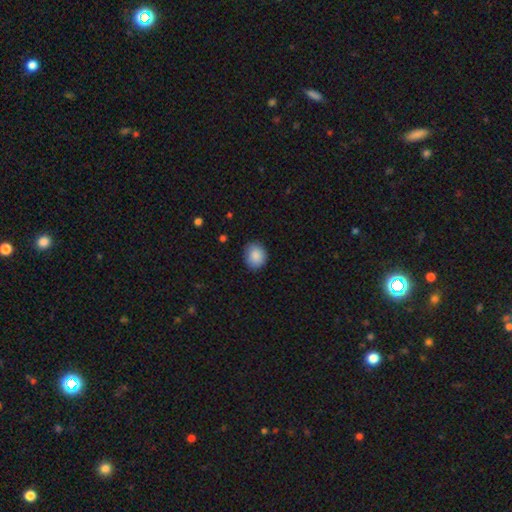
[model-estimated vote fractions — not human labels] Overall: smooth (89%). How rounded: round (67%; in between 33%). Merging: none (84%).